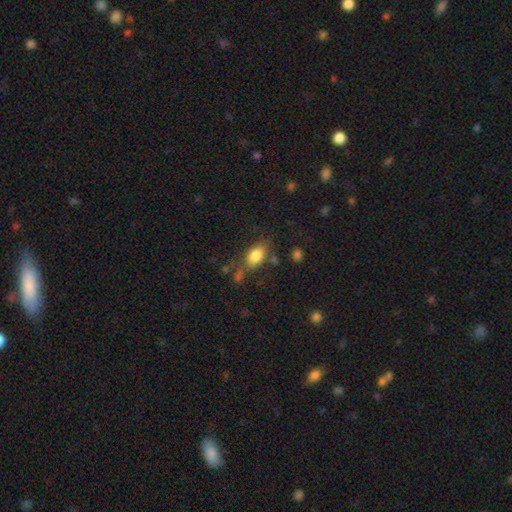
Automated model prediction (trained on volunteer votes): A smooth galaxy with no disk features (82%) that is in between round and cigar-shaped (85%). Merging: none (64%).